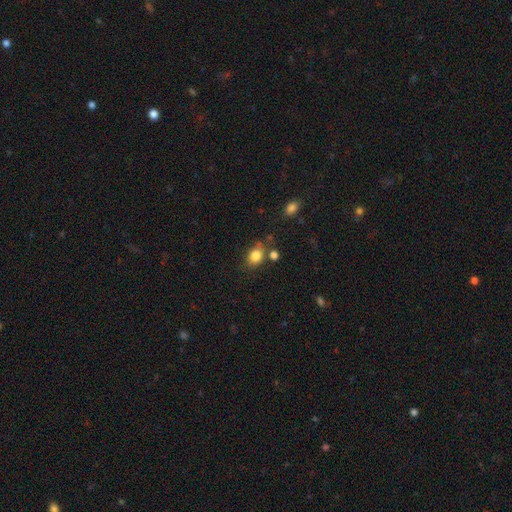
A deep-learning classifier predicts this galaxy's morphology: This is clearly a smooth galaxy (83%). How rounded: likely in between (64%). Merging: likely none (66%).